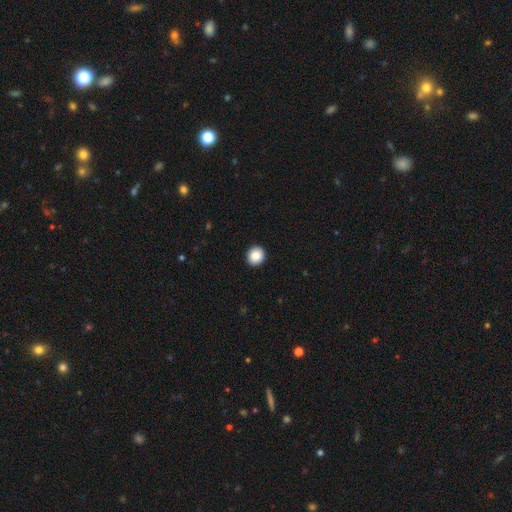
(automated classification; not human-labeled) Smooth or featured: smooth — 88% (star or artifact — 8%)
How rounded: round — 92% (in between — 8%)
Merging: none — 93% (minor disturbance — 5%)